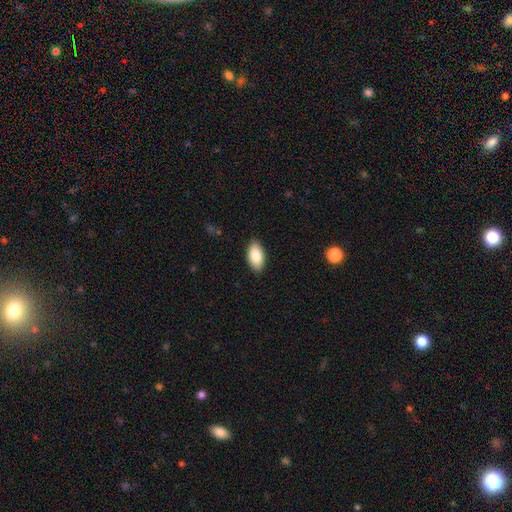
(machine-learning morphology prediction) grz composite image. It shows a smooth galaxy with no disk features (86%) that is in between round and cigar-shaped (95%). Merging: none (88%).